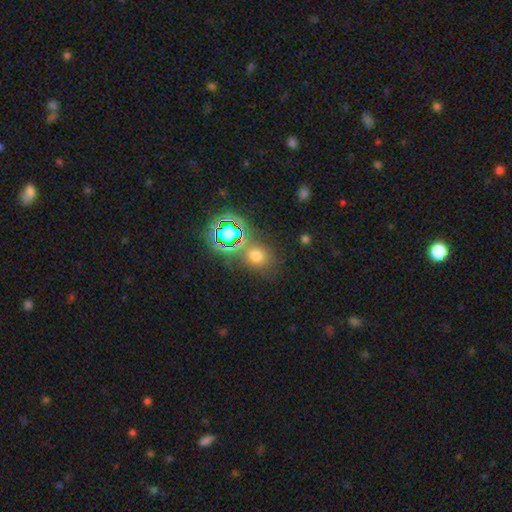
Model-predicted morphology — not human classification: Overall: smooth (59%; star or artifact 32%). How rounded: round (61%; in between 38%). Merging: none (70%).